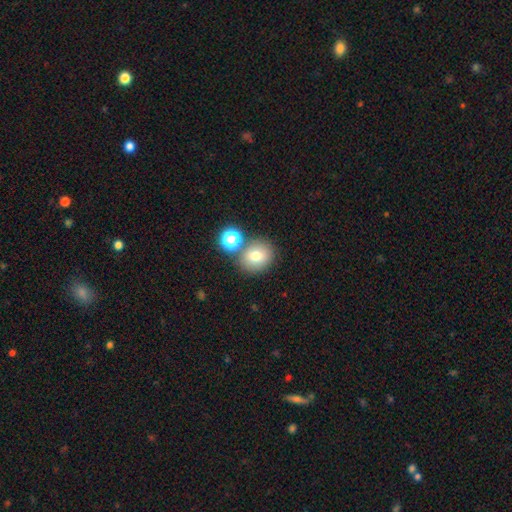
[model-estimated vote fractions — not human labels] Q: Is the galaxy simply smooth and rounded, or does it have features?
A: smooth — 75%.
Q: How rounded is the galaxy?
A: round — 70%.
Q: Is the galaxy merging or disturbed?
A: none — 71%.